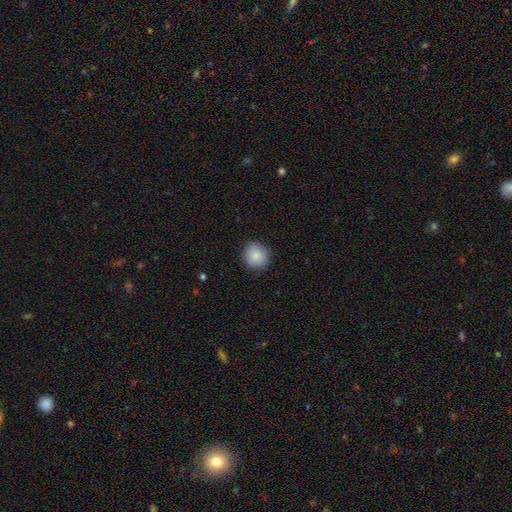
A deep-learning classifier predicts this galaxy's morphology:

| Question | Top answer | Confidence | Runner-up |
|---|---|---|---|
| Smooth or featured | smooth | 88% | star or artifact (8%) |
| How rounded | round | 91% | in between (8%) |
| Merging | none | 88% | minor disturbance (9%) |